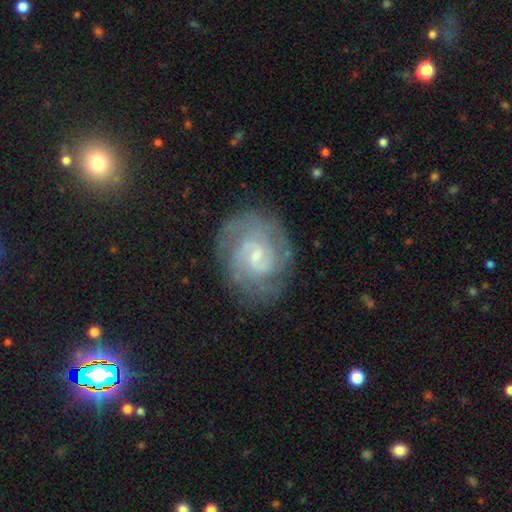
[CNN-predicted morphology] Q: Smooth or featured?
A: featured or disk (84%); runner-up: smooth (10%)
Q: Edge-on disk?
A: no (97%); runner-up: yes (3%)
Q: Bar?
A: weak (53%); runner-up: no (38%)
Q: Spiral arms?
A: yes (96%); runner-up: no (4%)
Q: Spiral winding?
A: tight (55%); runner-up: medium (37%)
Q: Spiral arm count?
A: 2 (41%); runner-up: can't tell (25%)
Q: Bulge size?
A: small (70%); runner-up: moderate (23%)
Q: Merging?
A: none (78%); runner-up: minor disturbance (14%)